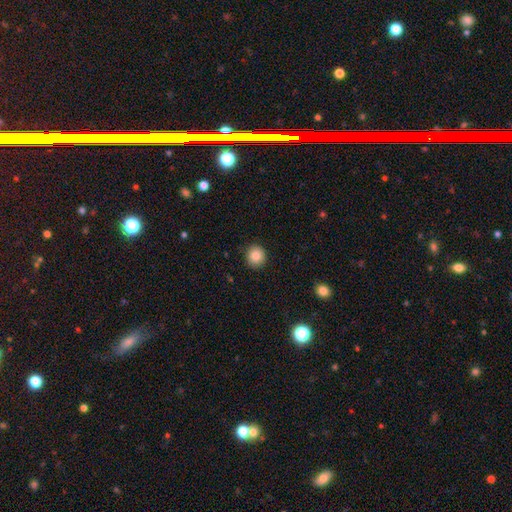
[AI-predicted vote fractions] This is clearly a smooth galaxy (87%). How rounded: clearly round (89%). Merging: clearly none (90%).